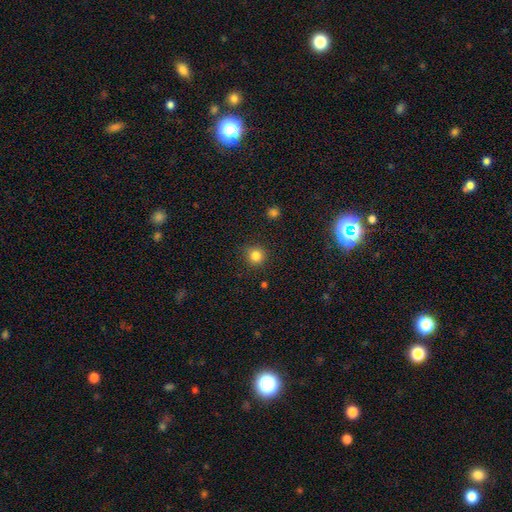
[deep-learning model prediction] Smooth or featured?
  - smooth: 83% *
  - star or artifact: 12%
  - featured or disk: 4%
How rounded?
  - round: 94% *
  - in between: 5%
  - cigar-shaped: 1%
Merging?
  - none: 89% *
  - minor disturbance: 7%
  - major disturbance: 2%
  - merger: 1%